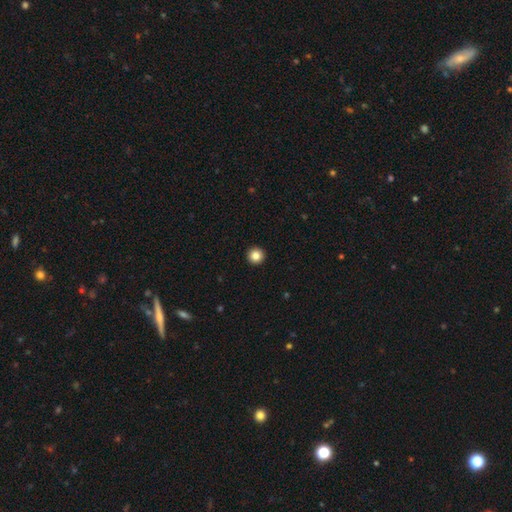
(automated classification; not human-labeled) Q: Smooth or featured?
A: smooth (85%); runner-up: star or artifact (10%)
Q: How rounded?
A: round (96%); runner-up: in between (3%)
Q: Merging?
A: none (94%); runner-up: minor disturbance (3%)